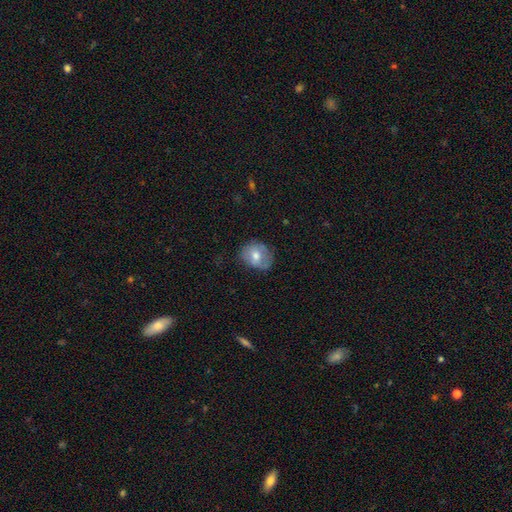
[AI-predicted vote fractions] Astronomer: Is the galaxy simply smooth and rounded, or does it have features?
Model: smooth — 64%.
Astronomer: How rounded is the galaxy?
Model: round — 58% (runner-up: in between, 41%).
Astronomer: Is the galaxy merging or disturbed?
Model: none — 62%.